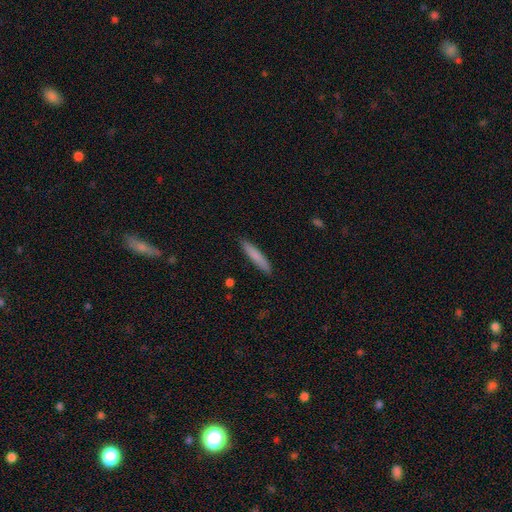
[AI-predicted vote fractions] A smooth galaxy with no disk features (81%) that is cigar-shaped (91%).

Vote fractions:
- Smooth or featured? smooth: 81% / featured or disk: 14% / star or artifact: 6%
- How rounded? cigar-shaped: 91% / in between: 8% / round: 1%
- Merging? none: 89% / minor disturbance: 8% / major disturbance: 1% / merger: 1%